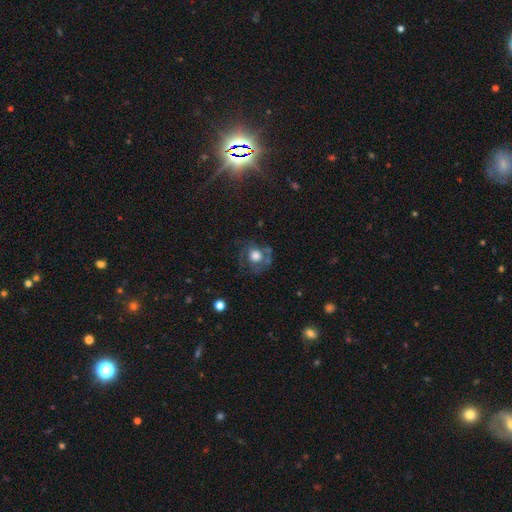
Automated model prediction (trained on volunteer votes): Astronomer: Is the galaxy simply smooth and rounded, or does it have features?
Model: smooth — 51% (runner-up: featured or disk, 38%).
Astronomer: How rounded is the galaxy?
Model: round — 83%.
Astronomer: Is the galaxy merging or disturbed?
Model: none — 54%.